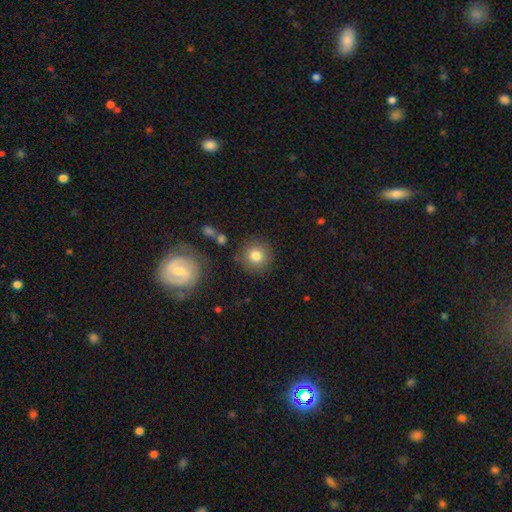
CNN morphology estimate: This is clearly a smooth galaxy (81%). How rounded: clearly round (92%). Merging: clearly none (85%).